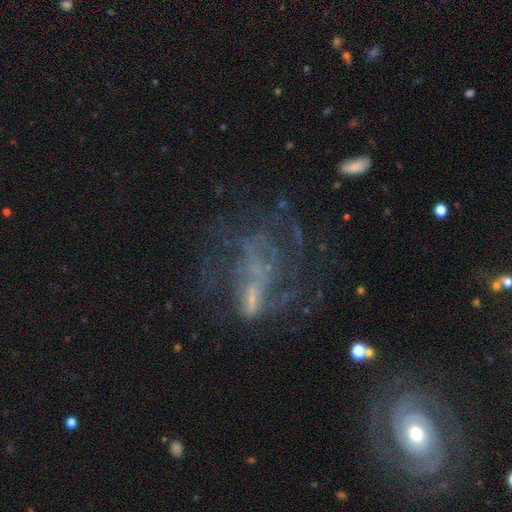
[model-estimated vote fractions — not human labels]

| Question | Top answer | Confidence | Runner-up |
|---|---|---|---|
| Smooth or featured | featured or disk | 64% | star or artifact (21%) |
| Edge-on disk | no | 96% | yes (4%) |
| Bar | no | 71% | weak (20%) |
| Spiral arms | no | 68% | yes (32%) |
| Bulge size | none | 58% | small (30%) |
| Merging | major disturbance | 43% | none (36%) |